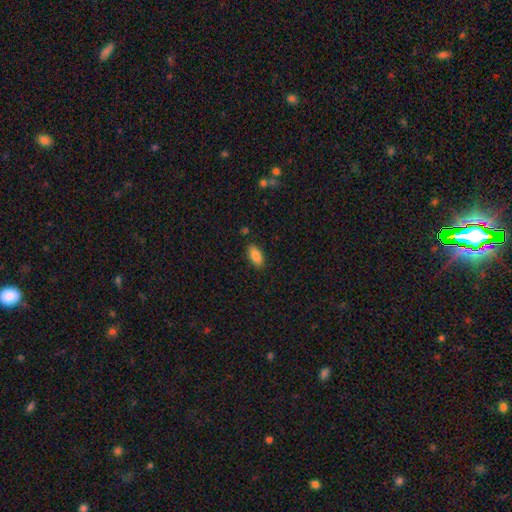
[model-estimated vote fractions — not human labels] Smooth or featured? Predicted: smooth (p=0.84). How rounded? Predicted: in between (p=0.89). Merging? Predicted: none (p=0.87).